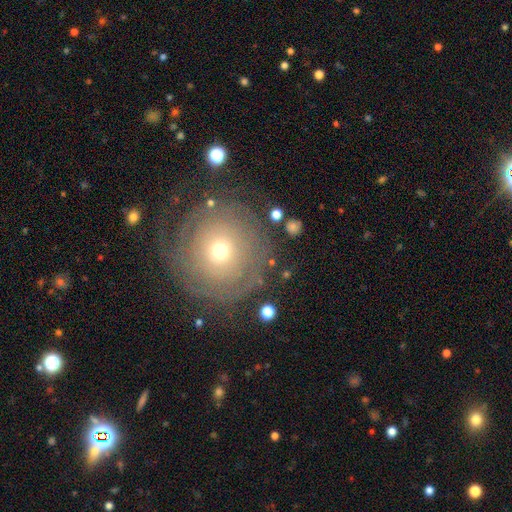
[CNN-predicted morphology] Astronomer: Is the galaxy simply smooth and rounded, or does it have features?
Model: featured or disk — 60%.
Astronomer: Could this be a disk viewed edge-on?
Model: no — 97%.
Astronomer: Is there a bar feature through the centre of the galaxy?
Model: no — 86%.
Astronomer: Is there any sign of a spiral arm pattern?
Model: yes — 77%.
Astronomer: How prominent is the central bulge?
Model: moderate — 51% (runner-up: small, 43%).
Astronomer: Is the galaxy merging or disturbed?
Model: none — 78%.